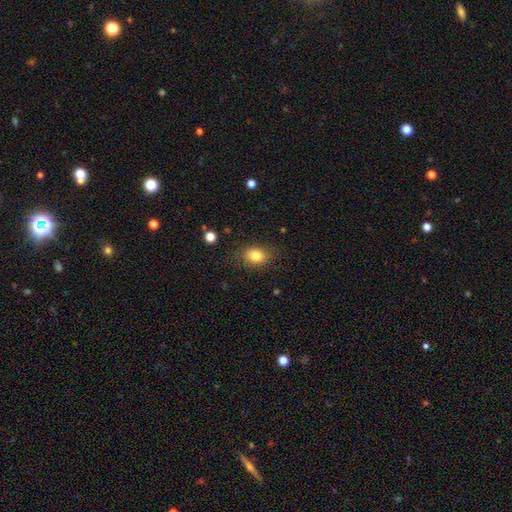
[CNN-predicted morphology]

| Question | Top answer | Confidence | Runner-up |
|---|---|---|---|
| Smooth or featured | smooth | 83% | star or artifact (10%) |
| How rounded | in between | 61% | round (37%) |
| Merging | none | 81% | minor disturbance (14%) |